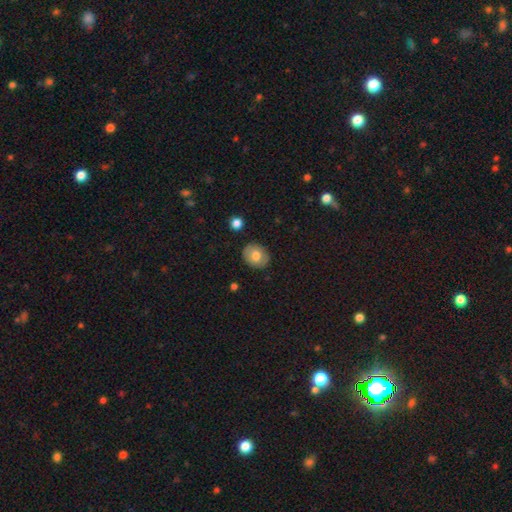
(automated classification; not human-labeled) Q: Smooth or featured?
A: smooth (72%); runner-up: featured or disk (20%)
Q: How rounded?
A: round (59%); runner-up: in between (40%)
Q: Merging?
A: none (87%); runner-up: minor disturbance (10%)